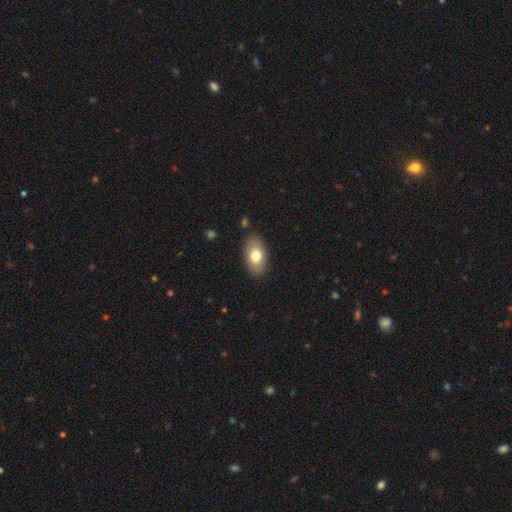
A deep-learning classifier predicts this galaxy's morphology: A smooth galaxy with no disk features (75%) that is in between round and cigar-shaped (92%).

Vote fractions:
- Smooth or featured? smooth: 75% / featured or disk: 18% / star or artifact: 7%
- How rounded? in between: 92% / round: 6% / cigar-shaped: 2%
- Merging? none: 85% / minor disturbance: 11% / major disturbance: 3% / merger: 2%